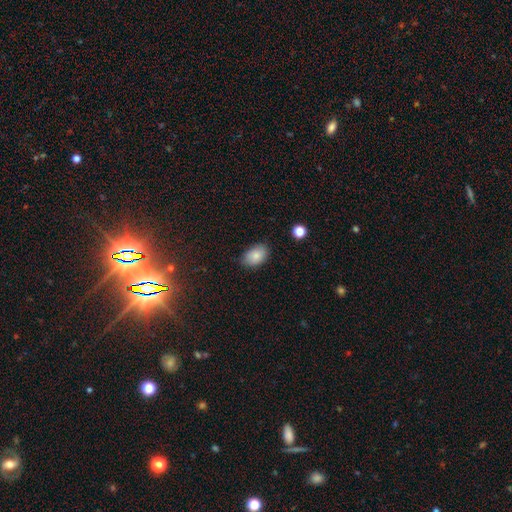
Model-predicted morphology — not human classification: Smooth or featured? smooth (85%)
How rounded? in between (87%)
Merging? none (79%)